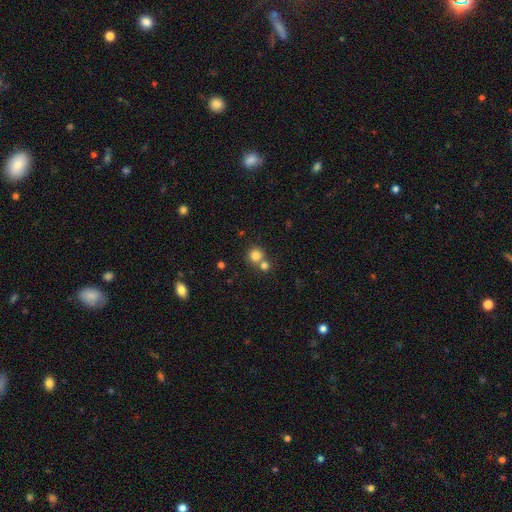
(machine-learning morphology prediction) smooth_or_featured: smooth (p=0.80) [alt: star or artifact p=0.12]
how_rounded: round (p=0.91) [alt: in between p=0.08]
merging: none (p=0.56) [alt: merger p=0.35]